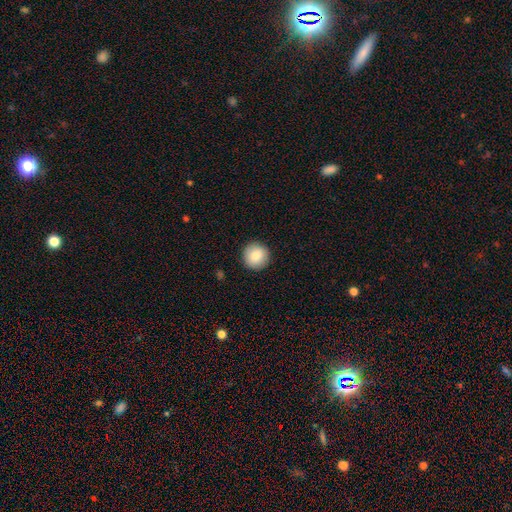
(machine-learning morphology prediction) smooth_or_featured: smooth (p=0.84) [alt: featured or disk p=0.08]
how_rounded: round (p=0.95) [alt: in between p=0.04]
merging: none (p=0.92) [alt: minor disturbance p=0.06]